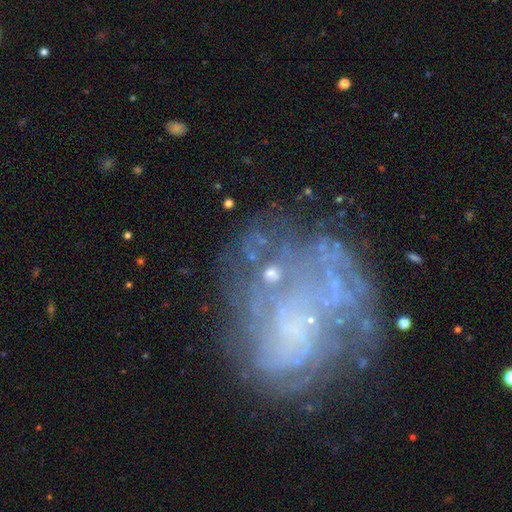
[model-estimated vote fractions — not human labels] Smooth or featured?
  - featured or disk: 69% *
  - smooth: 16%
  - star or artifact: 15%
Edge-on disk?
  - no: 98% *
  - yes: 2%
Bar?
  - no: 83% *
  - weak: 13%
  - strong: 4%
Spiral arms?
  - yes: 54% *
  - no: 46%
Bulge size?
  - none: 66% *
  - small: 25%
  - moderate: 6%
  - large: 2%
  - dominant: 1%
Merging?
  - none: 47% *
  - major disturbance: 27%
  - minor disturbance: 18%
  - merger: 8%